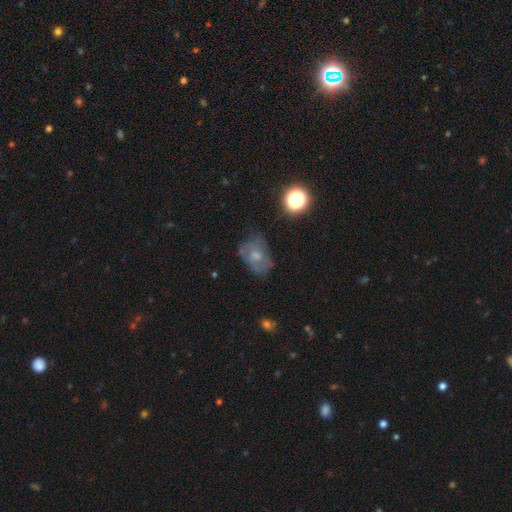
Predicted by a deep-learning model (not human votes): The model was most divided on "smooth or featured": smooth: 48%, featured or disk: 38%, star or artifact: 14%. Remaining: merging — none (50%).